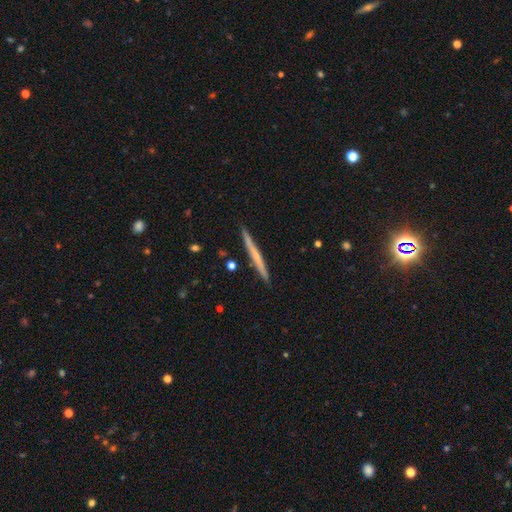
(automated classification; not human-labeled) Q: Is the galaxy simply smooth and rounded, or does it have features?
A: featured or disk — 54%.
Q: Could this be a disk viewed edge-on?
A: yes — 97%.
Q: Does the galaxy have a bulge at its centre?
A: none — 73%.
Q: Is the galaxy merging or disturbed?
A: none — 90%.